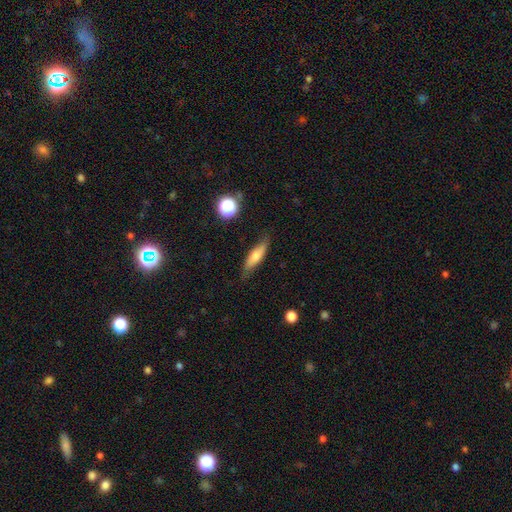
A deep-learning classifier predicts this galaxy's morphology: smooth_or_featured: smooth (p=0.64) [alt: featured or disk p=0.29]
how_rounded: cigar-shaped (p=0.62) [alt: in between p=0.35]
merging: none (p=0.78) [alt: minor disturbance p=0.16]